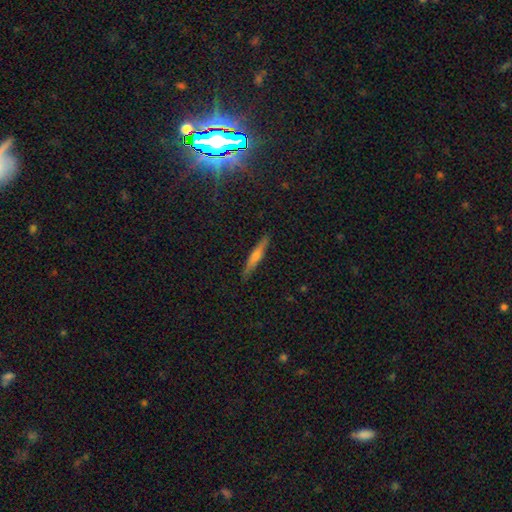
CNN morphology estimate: Smooth or featured: featured or disk — 49% (smooth — 43%)
Merging: none — 90% (minor disturbance — 8%)